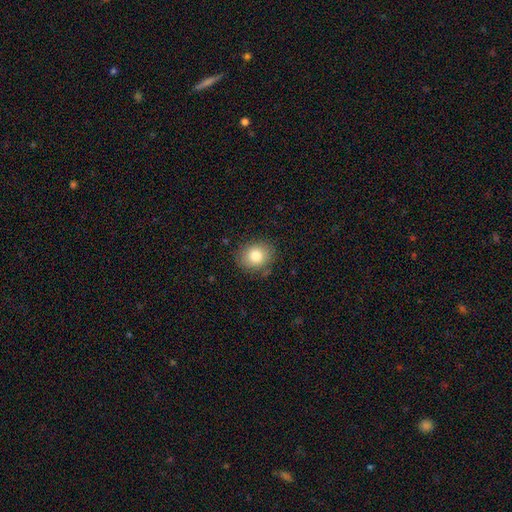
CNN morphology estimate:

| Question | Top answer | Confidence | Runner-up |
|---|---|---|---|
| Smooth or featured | smooth | 81% | featured or disk (10%) |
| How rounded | round | 60% | in between (39%) |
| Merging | none | 83% | minor disturbance (12%) |